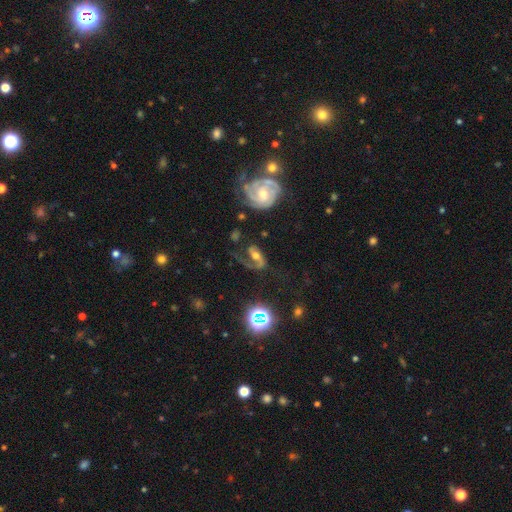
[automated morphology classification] This appears to be a featured or disk galaxy (77%) with no bar (44%), 2 (56%) loose (45%) spiral arms (91%) and a moderate central bulge (62%). Merging: major disturbance (38%).